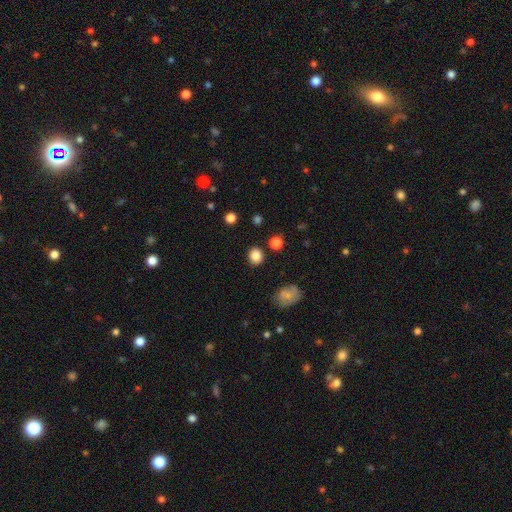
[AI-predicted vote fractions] smooth_or_featured: smooth (p=0.85) [alt: star or artifact p=0.11]
how_rounded: round (p=0.75) [alt: in between p=0.24]
merging: none (p=0.87) [alt: minor disturbance p=0.08]